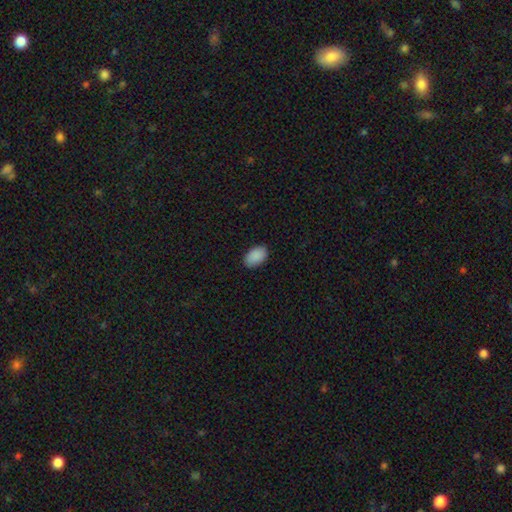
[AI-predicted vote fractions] Smooth or featured: smooth — 90% (star or artifact — 7%)
How rounded: in between — 92% (round — 7%)
Merging: none — 88% (minor disturbance — 10%)